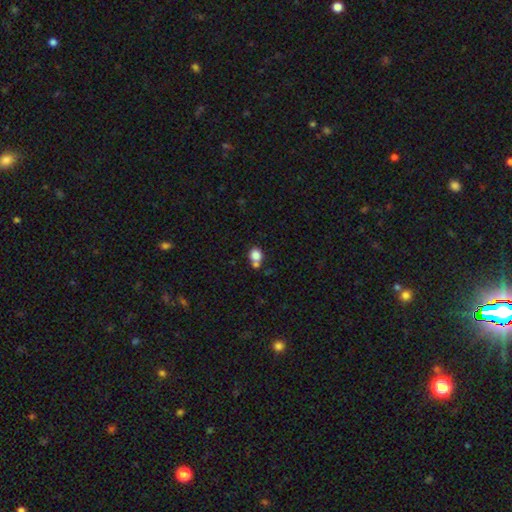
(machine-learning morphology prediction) Smooth or featured? smooth (82%)
How rounded? round (73%)
Merging? none (50%)